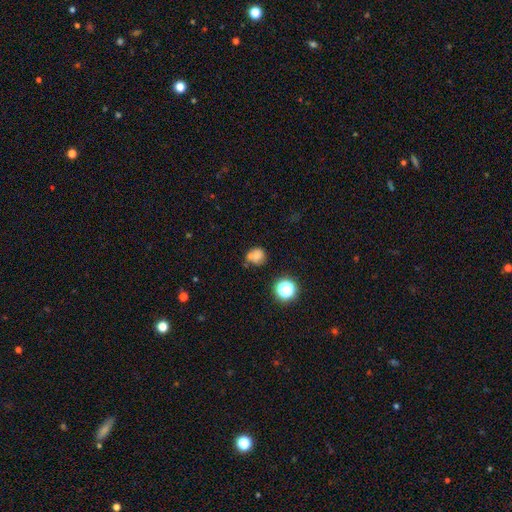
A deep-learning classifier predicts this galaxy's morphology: This appears to be a smooth galaxy with no disk features (70%) that is round (76%). Merging: none (50%).